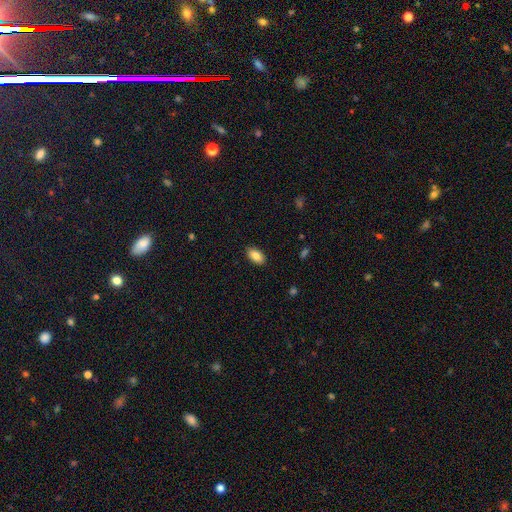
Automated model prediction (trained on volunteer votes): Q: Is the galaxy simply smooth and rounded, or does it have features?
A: smooth — 86%.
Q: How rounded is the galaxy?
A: in between — 93%.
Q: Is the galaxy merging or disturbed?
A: none — 88%.